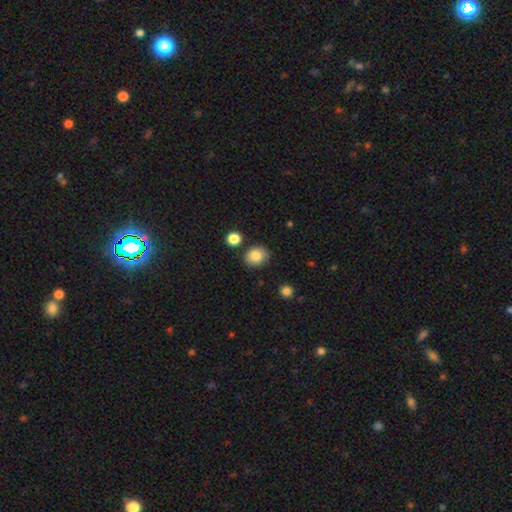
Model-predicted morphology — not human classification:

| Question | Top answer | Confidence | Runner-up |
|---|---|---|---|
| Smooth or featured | smooth | 82% | star or artifact (10%) |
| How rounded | round | 67% | in between (33%) |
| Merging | none | 80% | minor disturbance (13%) |